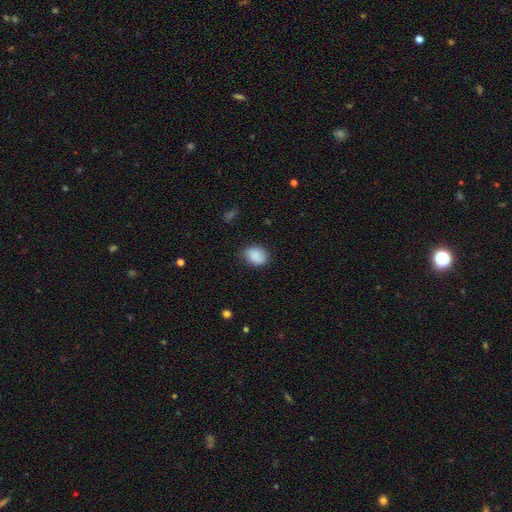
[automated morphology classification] Smooth or featured?
  - smooth: 87% *
  - star or artifact: 7%
  - featured or disk: 5%
How rounded?
  - in between: 67% *
  - round: 32%
  - cigar-shaped: 1%
Merging?
  - none: 75% *
  - minor disturbance: 19%
  - major disturbance: 4%
  - merger: 1%